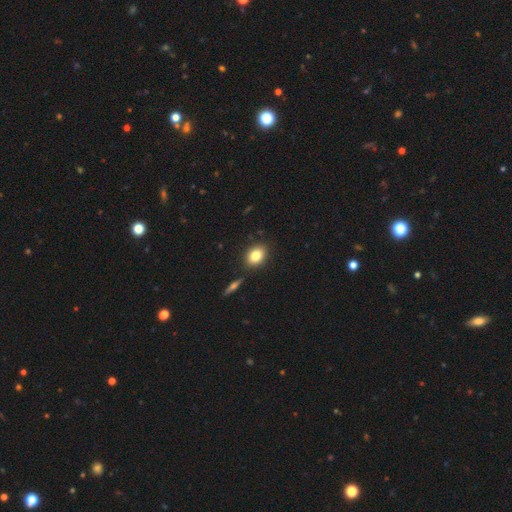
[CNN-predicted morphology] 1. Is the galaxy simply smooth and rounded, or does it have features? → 81% smooth, 10% featured or disk, 9% star or artifact.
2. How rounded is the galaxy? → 67% in between, 31% round, 2% cigar-shaped.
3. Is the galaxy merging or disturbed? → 84% none, 9% minor disturbance, 5% merger, 2% major disturbance.